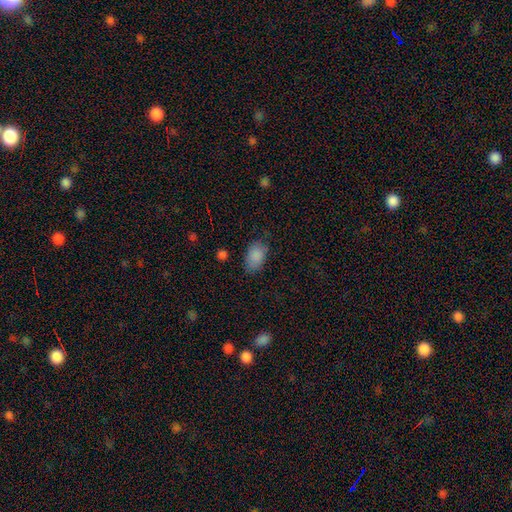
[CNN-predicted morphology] The model was most divided on "merging": none: 75%, minor disturbance: 19%, major disturbance: 5%, merger: 2%. More confident: how rounded — in between (89%); smooth or featured — smooth (87%).